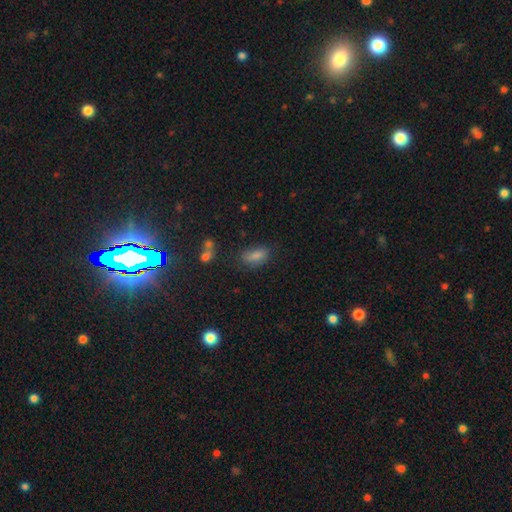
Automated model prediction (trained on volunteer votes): Smooth or featured? smooth (71%)
How rounded? in between (79%)
Merging? none (70%)